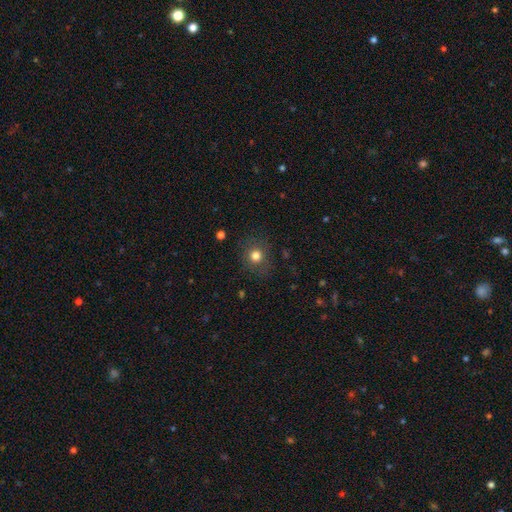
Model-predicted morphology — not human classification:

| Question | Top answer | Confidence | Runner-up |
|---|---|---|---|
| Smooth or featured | smooth | 77% | star or artifact (14%) |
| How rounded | round | 85% | in between (14%) |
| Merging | none | 84% | minor disturbance (10%) |